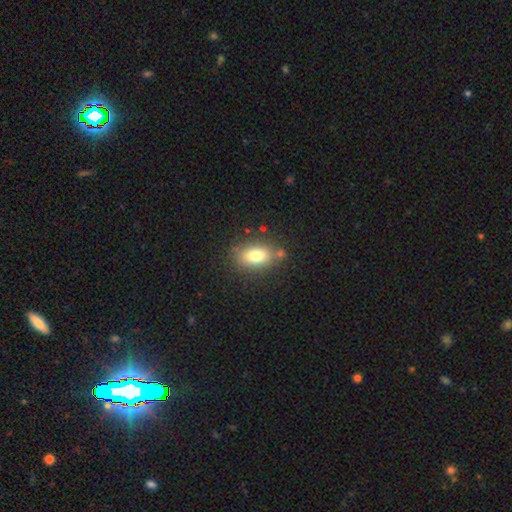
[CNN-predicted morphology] Smooth or featured: smooth — 77% (featured or disk — 13%)
How rounded: in between — 83% (round — 14%)
Merging: none — 78% (minor disturbance — 12%)